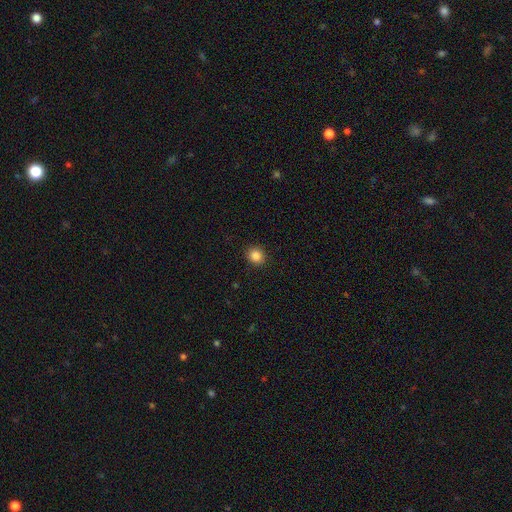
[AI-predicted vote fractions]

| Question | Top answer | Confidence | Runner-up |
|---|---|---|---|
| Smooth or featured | smooth | 86% | star or artifact (10%) |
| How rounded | round | 80% | in between (19%) |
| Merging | none | 91% | minor disturbance (6%) |